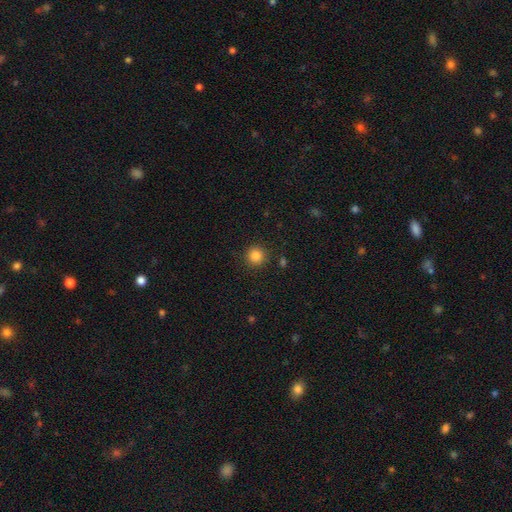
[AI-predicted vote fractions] Smooth or featured?
  - smooth: 85% *
  - star or artifact: 11%
  - featured or disk: 4%
How rounded?
  - round: 94% *
  - in between: 5%
  - cigar-shaped: 1%
Merging?
  - none: 90% *
  - minor disturbance: 6%
  - major disturbance: 2%
  - merger: 2%